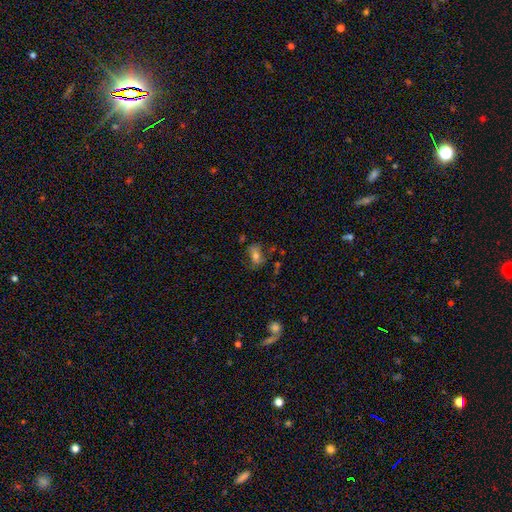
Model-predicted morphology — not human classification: The model was most divided on "merging": none: 57%, minor disturbance: 24%, major disturbance: 13%, merger: 6%. More confident: how rounded — in between (77%); smooth or featured — smooth (64%).